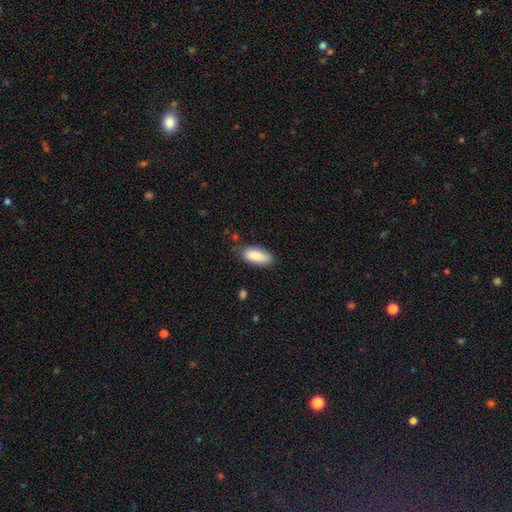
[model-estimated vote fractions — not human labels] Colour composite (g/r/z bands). It shows a smooth galaxy with no disk features (87%) that is in between round and cigar-shaped (79%). Merging: none (79%).